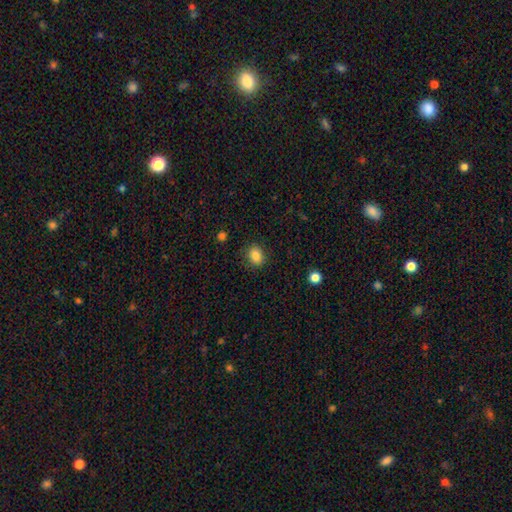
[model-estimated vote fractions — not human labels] Smooth or featured? smooth (84%)
How rounded? round (52%)
Merging? none (87%)